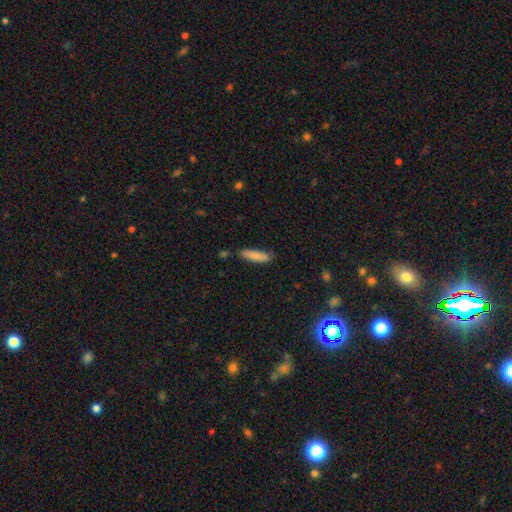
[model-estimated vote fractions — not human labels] smooth_or_featured: smooth (p=0.85) [alt: featured or disk p=0.09]
how_rounded: cigar-shaped (p=0.67) [alt: in between p=0.31]
merging: none (p=0.78) [alt: minor disturbance p=0.16]